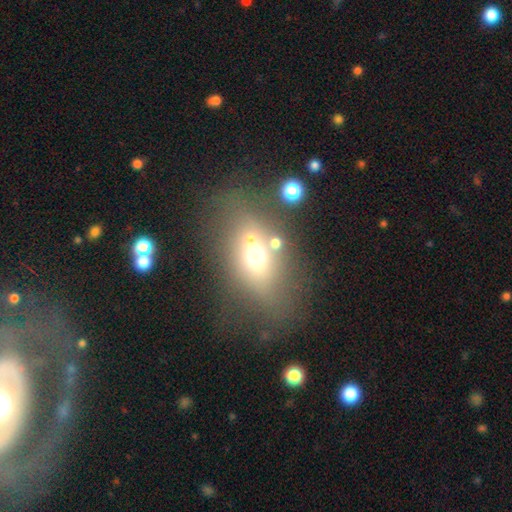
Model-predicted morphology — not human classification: Overall: smooth (57%; featured or disk 26%). How rounded: in between (68%; round 28%). Merging: none (51%; merger 24%).